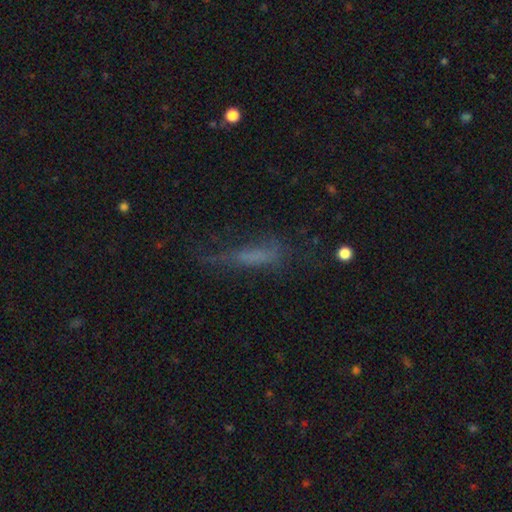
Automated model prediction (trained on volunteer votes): Morphology: type=smooth (50%); merging=none (40%).